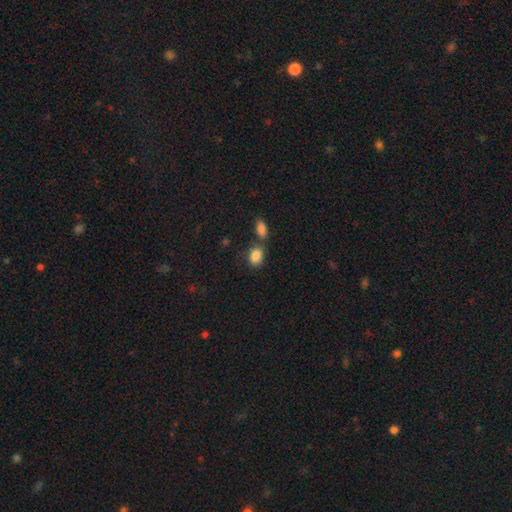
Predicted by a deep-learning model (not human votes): Smooth or featured? smooth (87%)
How rounded? in between (78%)
Merging? none (55%)